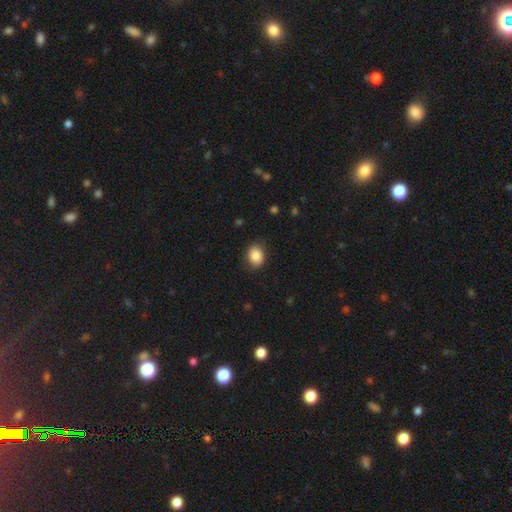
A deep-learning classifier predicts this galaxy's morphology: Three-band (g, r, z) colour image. It shows a smooth galaxy with no disk features (85%) that is in between round and cigar-shaped (57%). Merging: none (83%).